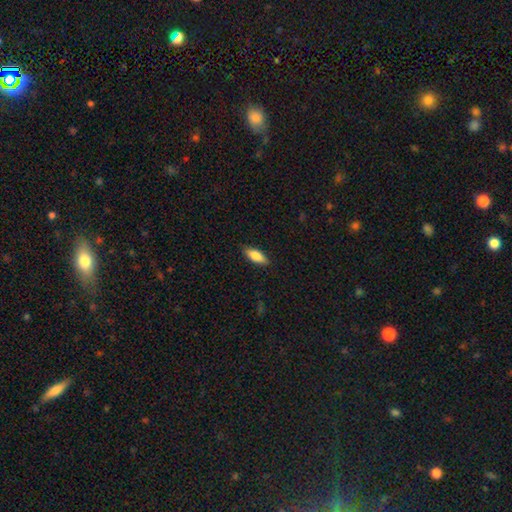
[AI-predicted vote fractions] Smooth or featured? Predicted: smooth (p=0.81). How rounded? Predicted: in between (p=0.72). Merging? Predicted: none (p=0.88).